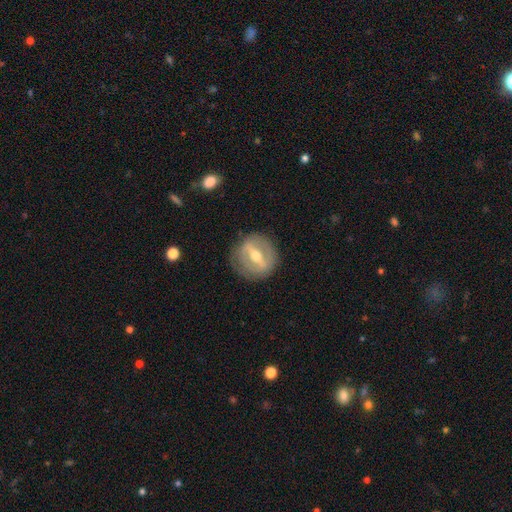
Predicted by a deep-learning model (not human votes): The model was most divided on "spiral arms": no: 70%, yes: 30%. More confident: edge-on disk — no (84%); merging — none (84%); smooth or featured — featured or disk (72%); bulge size — moderate (71%); bar — strong (67%).